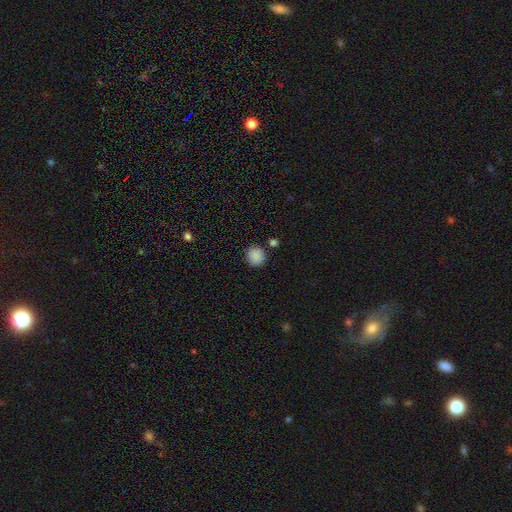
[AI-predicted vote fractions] smooth_or_featured: smooth (p=0.88) [alt: star or artifact p=0.09]
how_rounded: round (p=0.87) [alt: in between p=0.12]
merging: none (p=0.83) [alt: minor disturbance p=0.09]